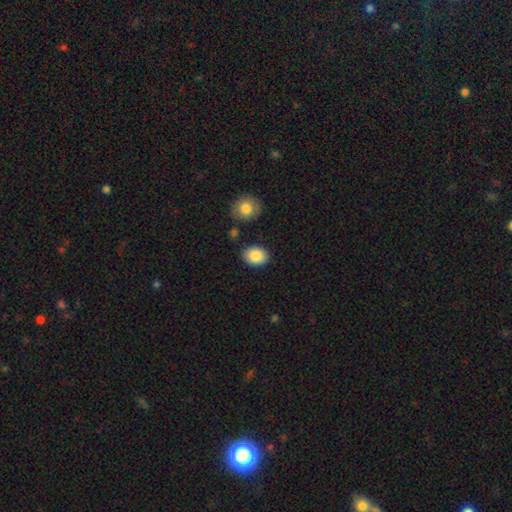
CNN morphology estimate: smooth 87%, star or artifact 7%, featured or disk 6%. Down the decision tree: how rounded — in between (68%); merging — none (84%).